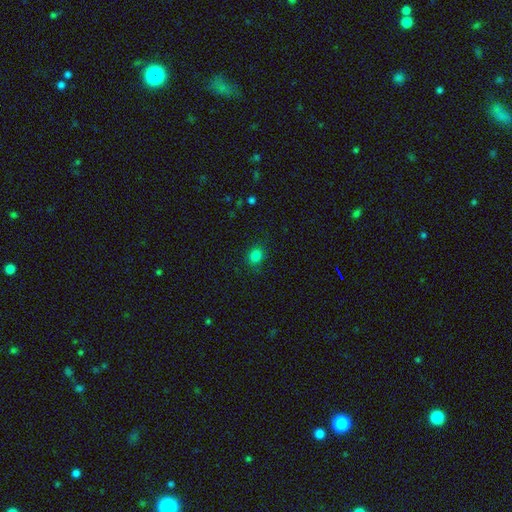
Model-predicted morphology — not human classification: This is clearly a smooth galaxy (82%). How rounded: likely round (64%). Merging: clearly none (86%).